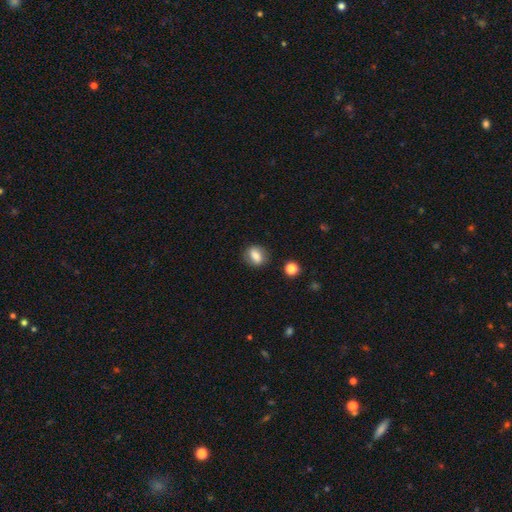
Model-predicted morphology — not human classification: A smooth galaxy with no disk features (74%) that is in between round and cigar-shaped (55%).

Vote fractions:
- Smooth or featured? smooth: 74% / featured or disk: 18% / star or artifact: 9%
- How rounded? in between: 55% / round: 42% / cigar-shaped: 3%
- Merging? none: 82% / minor disturbance: 12% / major disturbance: 4% / merger: 2%